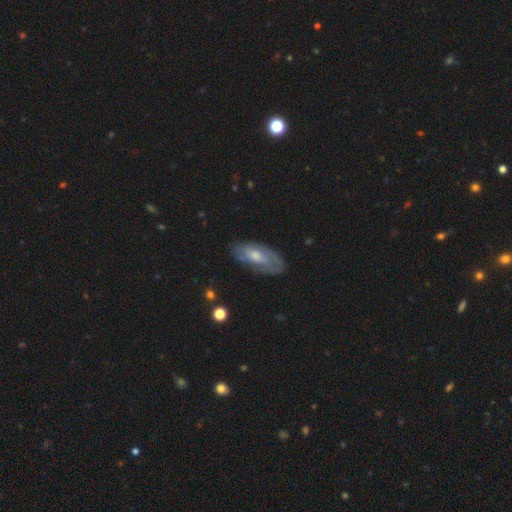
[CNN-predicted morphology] Smooth or featured? featured or disk (54%)
Edge-on disk? no (87%)
Merging? none (71%)